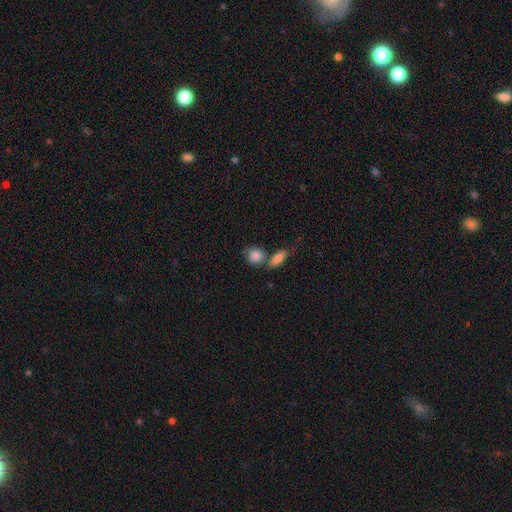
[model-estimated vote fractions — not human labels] A smooth galaxy with no disk features (85%) that is round (68%). Merging: none (52%).